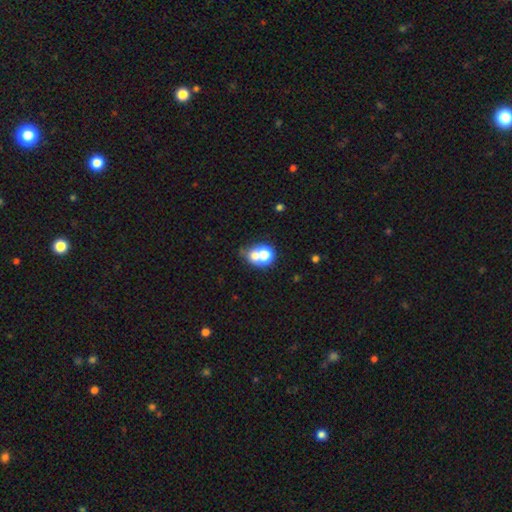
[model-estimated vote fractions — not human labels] A smooth galaxy with no disk features (66%) that is round (64%). Merging: merger (53%).